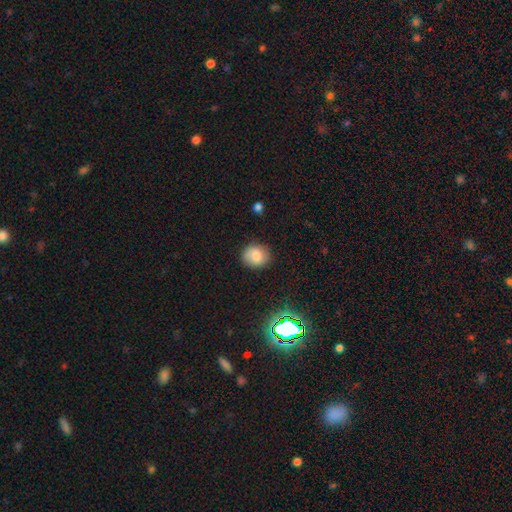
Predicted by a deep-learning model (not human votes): Smooth or featured?
  - smooth: 73% *
  - featured or disk: 16%
  - star or artifact: 11%
How rounded?
  - round: 76% *
  - in between: 23%
  - cigar-shaped: 1%
Merging?
  - none: 83% *
  - minor disturbance: 12%
  - major disturbance: 3%
  - merger: 1%